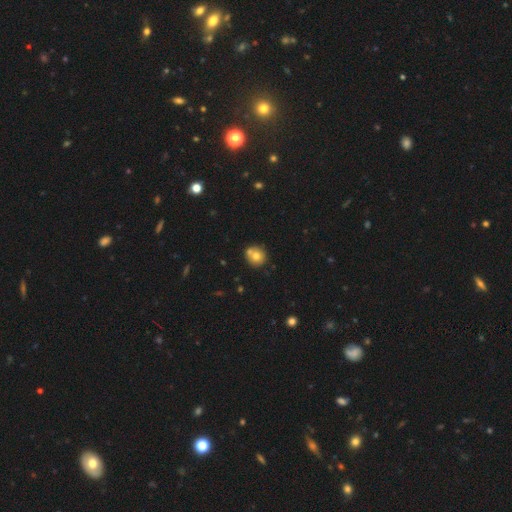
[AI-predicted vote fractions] Smooth or featured: smooth — 73% (featured or disk — 17%)
How rounded: round — 87% (in between — 12%)
Merging: none — 60% (merger — 26%)